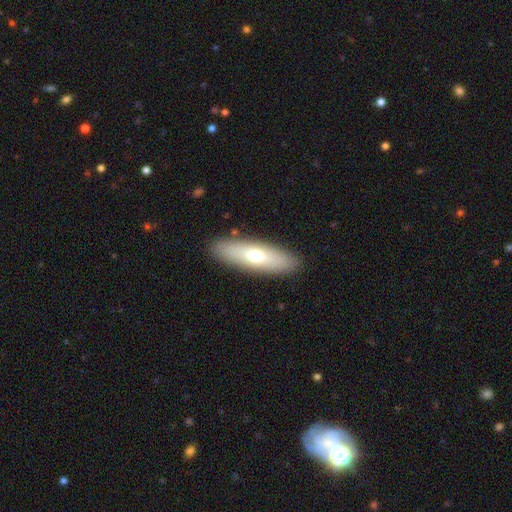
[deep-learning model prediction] A smooth galaxy with no disk features (62%) that is cigar-shaped (51%).

Vote fractions:
- Smooth or featured? smooth: 62% / featured or disk: 32% / star or artifact: 6%
- How rounded? cigar-shaped: 51% / in between: 46% / round: 2%
- Merging? none: 89% / minor disturbance: 8% / major disturbance: 2% / merger: 1%